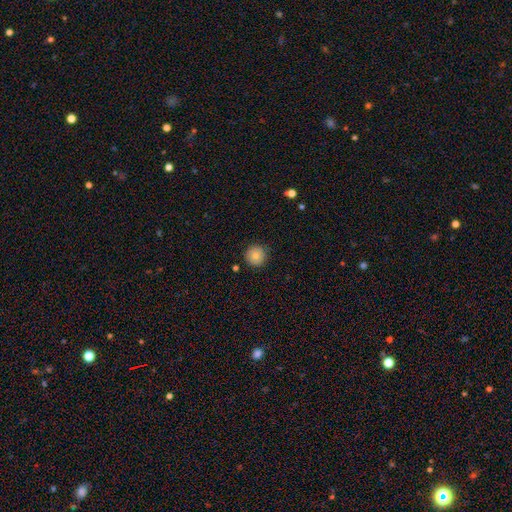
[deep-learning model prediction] A smooth galaxy with no disk features (80%) that is round (95%).

Vote fractions:
- Smooth or featured? smooth: 80% / featured or disk: 11% / star or artifact: 9%
- How rounded? round: 95% / in between: 4% / cigar-shaped: 1%
- Merging? none: 88% / minor disturbance: 9% / major disturbance: 2% / merger: 2%